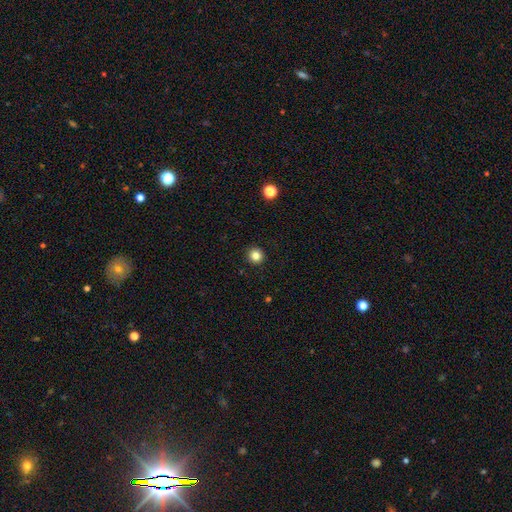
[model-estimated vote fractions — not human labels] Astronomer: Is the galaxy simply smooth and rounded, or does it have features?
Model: smooth — 84%.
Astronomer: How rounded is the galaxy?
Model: round — 94%.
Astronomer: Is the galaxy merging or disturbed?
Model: none — 93%.